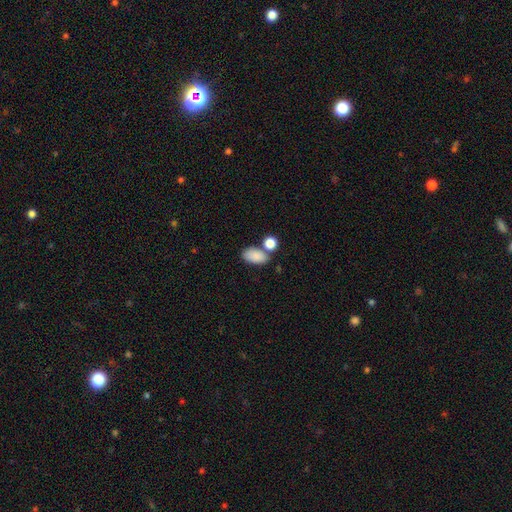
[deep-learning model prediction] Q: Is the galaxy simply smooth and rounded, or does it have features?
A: smooth — 86%.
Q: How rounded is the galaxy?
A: in between — 91%.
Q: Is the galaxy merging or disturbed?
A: none — 60%.